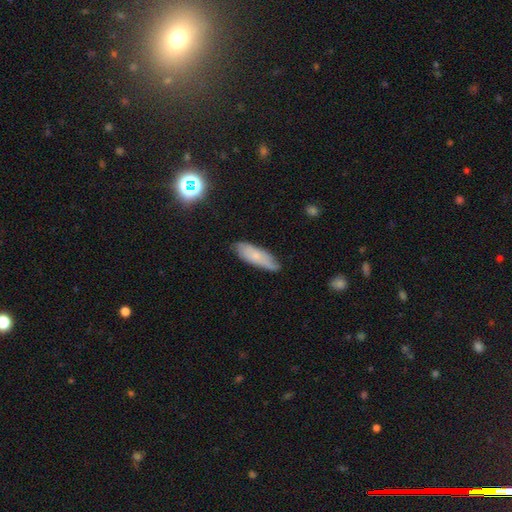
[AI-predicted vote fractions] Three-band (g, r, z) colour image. It shows a smooth galaxy with no disk features (68%) that is in between round and cigar-shaped (55%). Merging: none (70%).